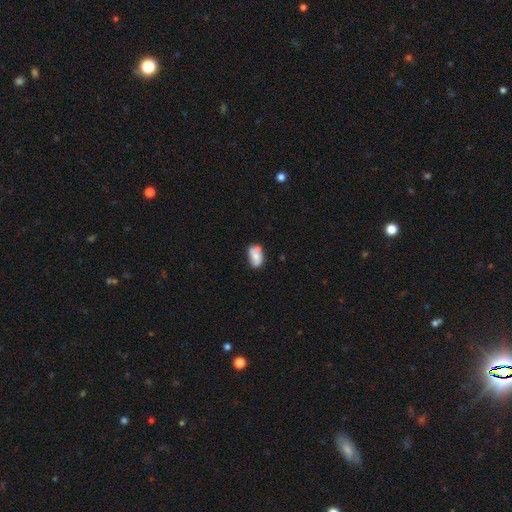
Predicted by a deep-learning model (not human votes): smooth-or-featured: smooth: 59% | featured or disk: 33% | star or artifact: 8%
  how-rounded: in between: 88% | round: 10% | cigar-shaped: 2%
  merging: none: 50% | minor disturbance: 25% | merger: 18% | major disturbance: 7%